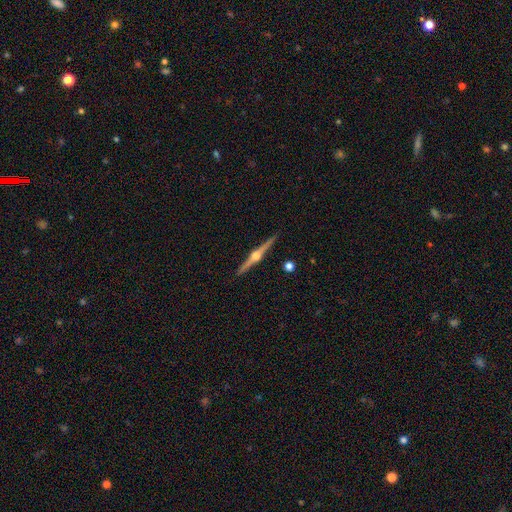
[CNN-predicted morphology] This is clearly a featured or disk galaxy (86%). It is clearly viewed edge-on (99%). Edge-on bulge: clearly rounded (96%). Merging: clearly none (92%).